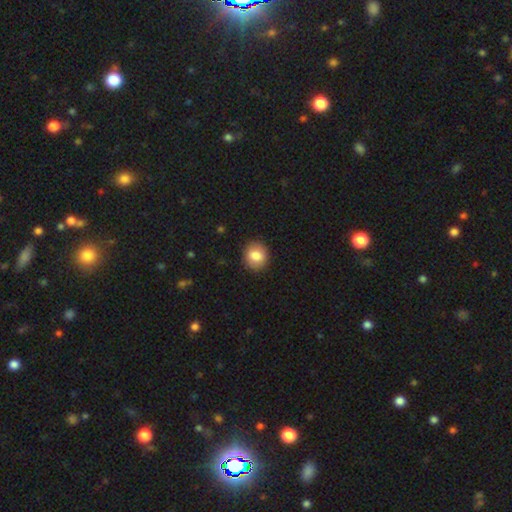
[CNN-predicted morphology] A smooth galaxy with no disk features (83%) that is round (80%). Merging: none (90%).